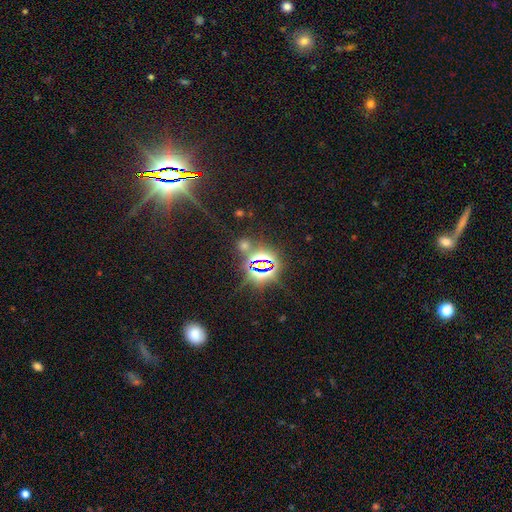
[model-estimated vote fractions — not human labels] A star or artifact, not a galaxy (81%).

Vote fractions:
- Smooth or featured? star or artifact: 81% / smooth: 10% / featured or disk: 9%